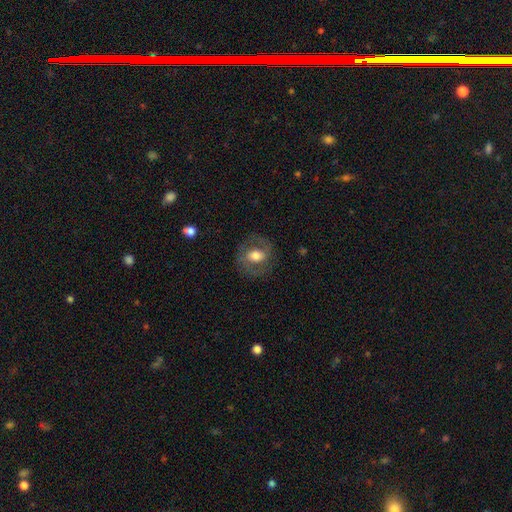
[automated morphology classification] type=featured or disk (47%); merging=none (75%).